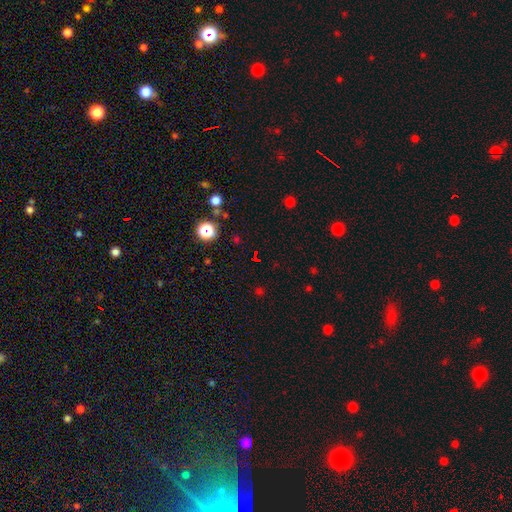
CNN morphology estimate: This appears to be a star or artifact, not a galaxy (67%).